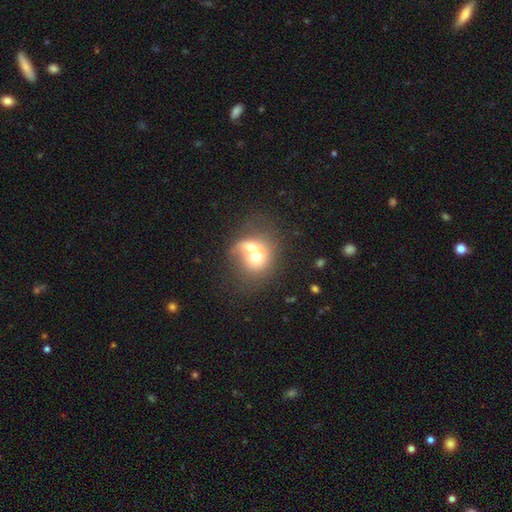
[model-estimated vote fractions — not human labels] A smooth galaxy with no disk features (59%) that is round (66%). Merging: merger (72%).